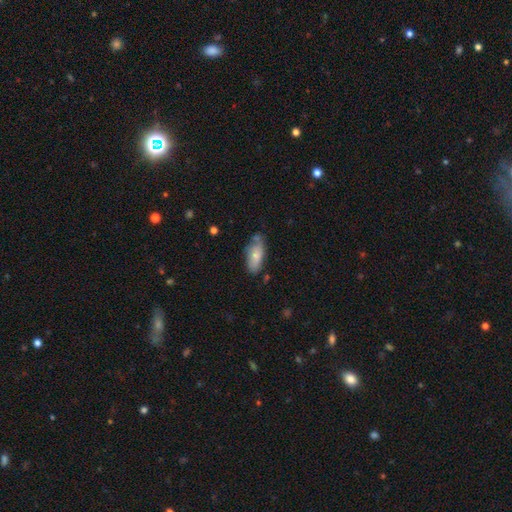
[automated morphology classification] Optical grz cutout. It shows a smooth galaxy with no disk features (76%) that is in between round and cigar-shaped (83%). Merging: none (58%).